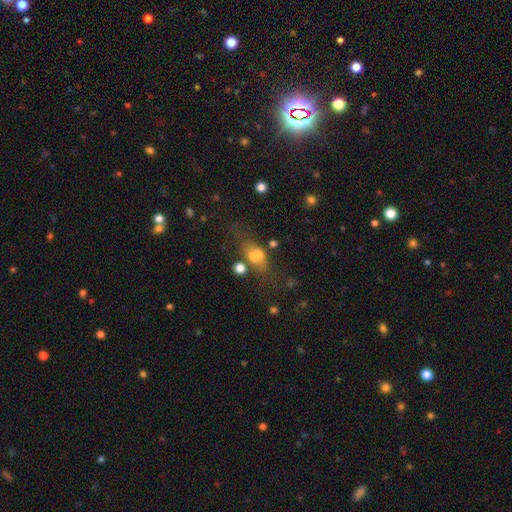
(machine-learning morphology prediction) A smooth galaxy with no disk features (59%) that is in between round and cigar-shaped (70%). Merging: none (37%).